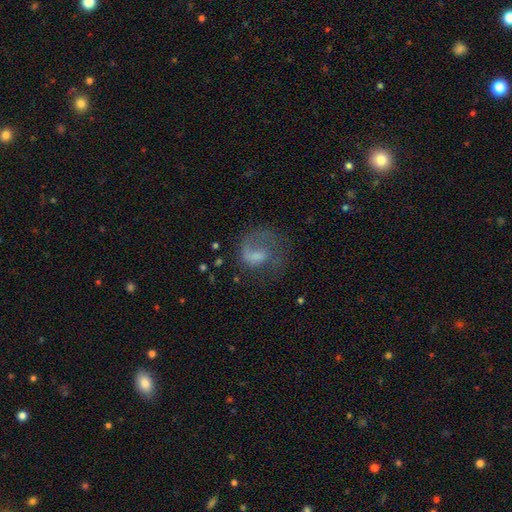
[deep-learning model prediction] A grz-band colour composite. It shows a featured or disk galaxy (59%) with no bar (54%), spiral arms (78%) and no central bulge (30%, tied with small and moderate). Merging: none (45%).